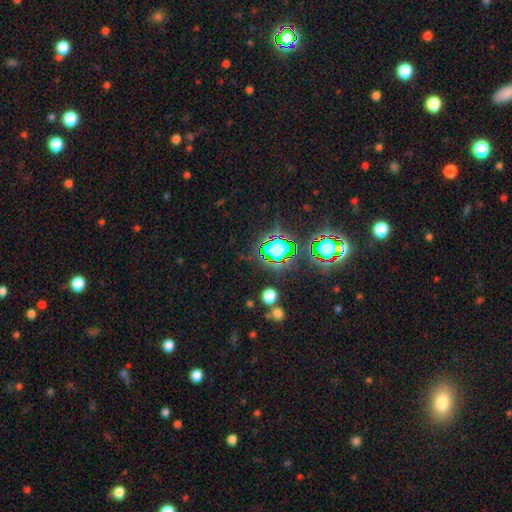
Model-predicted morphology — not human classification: Smooth or featured: star or artifact — 80% (smooth — 12%)